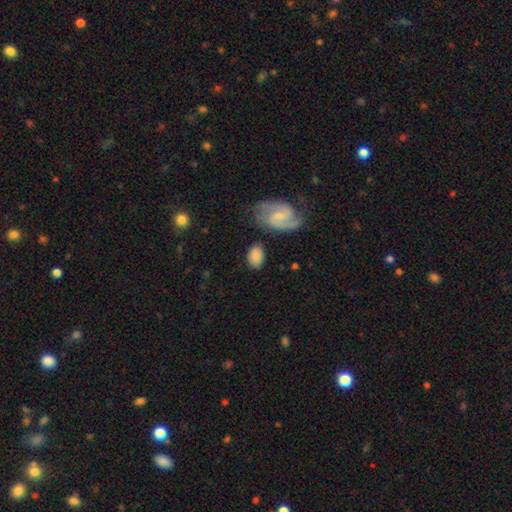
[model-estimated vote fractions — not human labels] smooth-or-featured: smooth: 70% | featured or disk: 23% | star or artifact: 7%
  how-rounded: in between: 87% | round: 12% | cigar-shaped: 2%
  merging: none: 68% | minor disturbance: 19% | merger: 7% | major disturbance: 6%